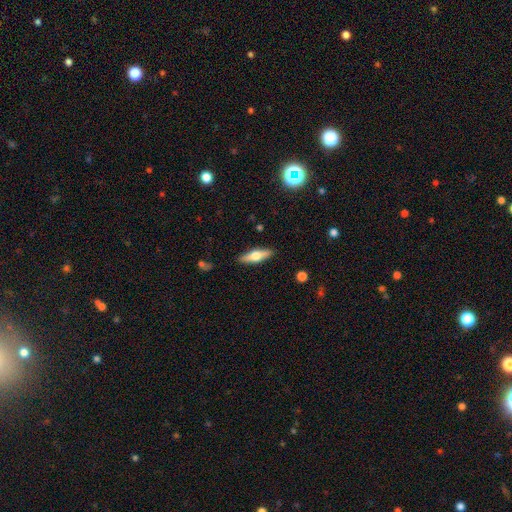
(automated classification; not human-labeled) A featured or disk galaxy (47%, tied with smooth). Merging: none (89%).